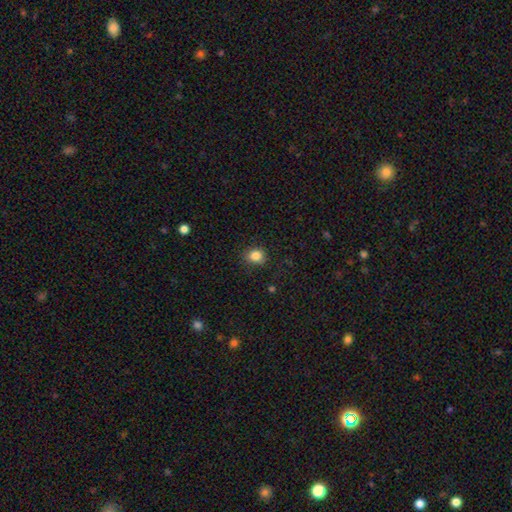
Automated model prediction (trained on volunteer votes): This is clearly a smooth galaxy (84%). How rounded: likely round (69%). Merging: clearly none (85%).